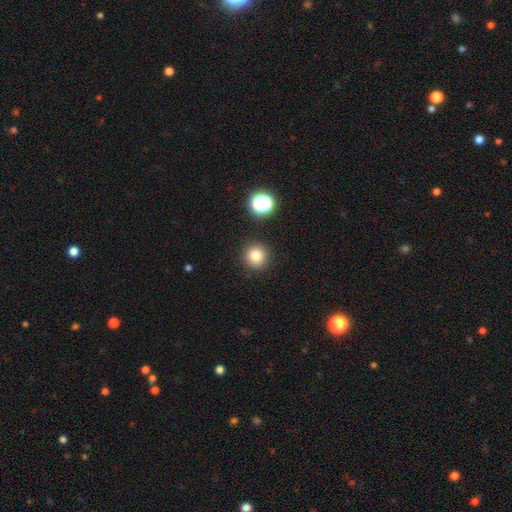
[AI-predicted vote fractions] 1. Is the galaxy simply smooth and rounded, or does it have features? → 80% smooth, 14% star or artifact, 6% featured or disk.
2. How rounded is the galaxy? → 94% round, 5% in between, 1% cigar-shaped.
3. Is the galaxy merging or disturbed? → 89% none, 6% minor disturbance, 2% major disturbance, 2% merger.